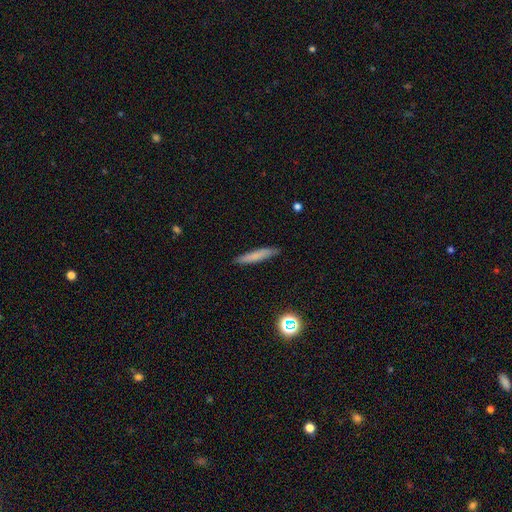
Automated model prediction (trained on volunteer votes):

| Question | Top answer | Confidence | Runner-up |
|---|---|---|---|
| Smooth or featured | smooth | 73% | featured or disk (19%) |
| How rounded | cigar-shaped | 92% | in between (6%) |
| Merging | none | 88% | minor disturbance (9%) |